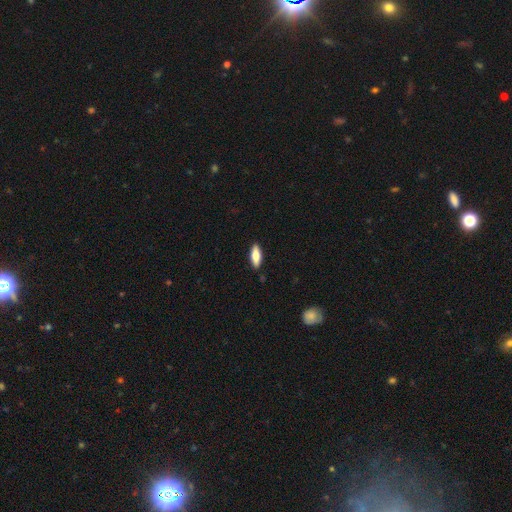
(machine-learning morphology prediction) Smooth or featured? Predicted: smooth (p=0.74). How rounded? Predicted: in between (p=0.66). Merging? Predicted: none (p=0.88).